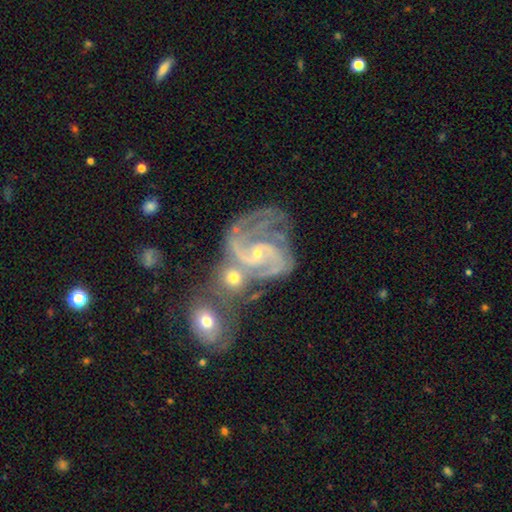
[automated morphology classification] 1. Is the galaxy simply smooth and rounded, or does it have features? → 90% featured or disk, 6% star or artifact, 4% smooth.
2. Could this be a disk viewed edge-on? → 98% no, 2% yes.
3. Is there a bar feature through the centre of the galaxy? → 44% no, 40% weak, 16% strong.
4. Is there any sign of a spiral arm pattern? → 98% yes, 2% no.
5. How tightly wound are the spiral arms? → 50% medium, 39% tight, 11% loose.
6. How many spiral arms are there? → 41% 2, 29% 3, 13% can't tell, 7% 4, 5% 1, 5% more than 4.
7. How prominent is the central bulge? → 75% small, 20% moderate, 3% none, 1% large, 1% dominant.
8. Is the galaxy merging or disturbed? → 33% merger (tied), 33% none (tied), 17% minor disturbance, 17% major disturbance.